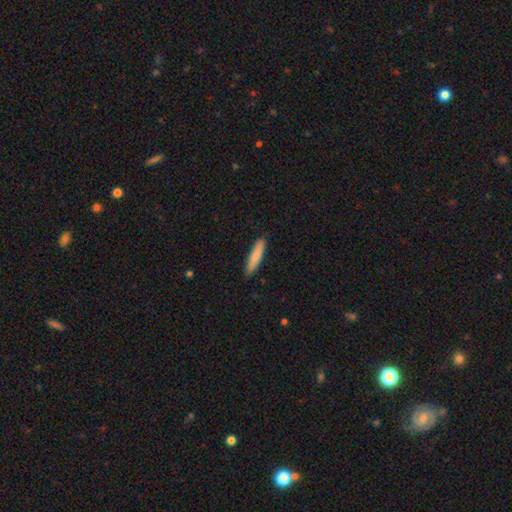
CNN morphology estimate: This appears to be a smooth galaxy with no disk features (81%) that is cigar-shaped (85%). Merging: none (87%).